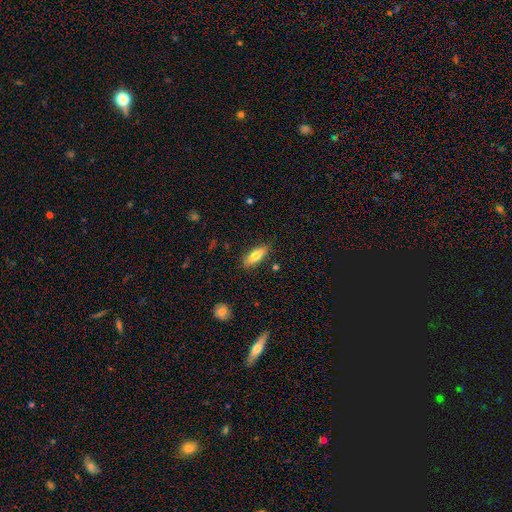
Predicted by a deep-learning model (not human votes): Q: Smooth or featured?
A: smooth (75%); runner-up: featured or disk (18%)
Q: How rounded?
A: in between (61%); runner-up: cigar-shaped (37%)
Q: Merging?
A: none (85%); runner-up: minor disturbance (11%)